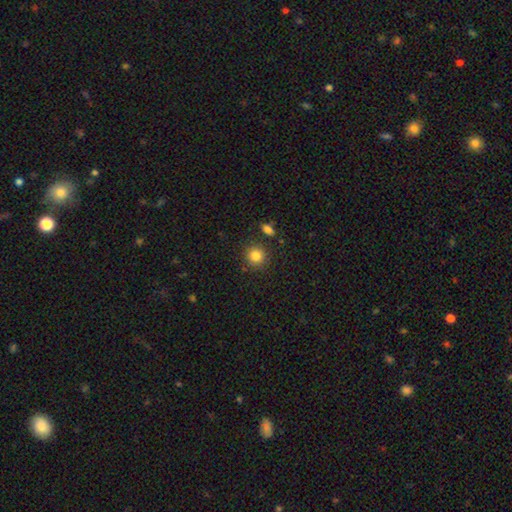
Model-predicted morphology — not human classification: Smooth or featured? smooth (84%)
How rounded? round (91%)
Merging? none (85%)